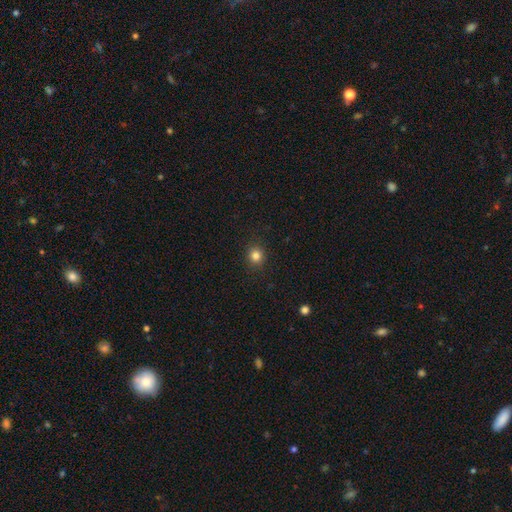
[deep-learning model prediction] smooth_or_featured: smooth (p=0.82) [alt: star or artifact p=0.13]
how_rounded: round (p=0.90) [alt: in between p=0.10]
merging: none (p=0.91) [alt: minor disturbance p=0.06]